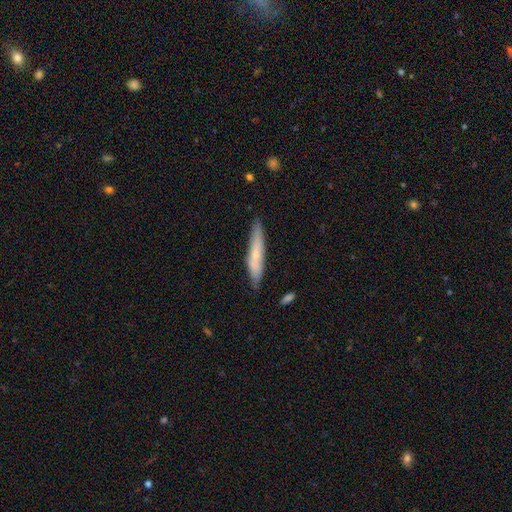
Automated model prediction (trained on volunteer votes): A smooth galaxy with no disk features (62%) that is cigar-shaped (90%). Merging: none (82%).